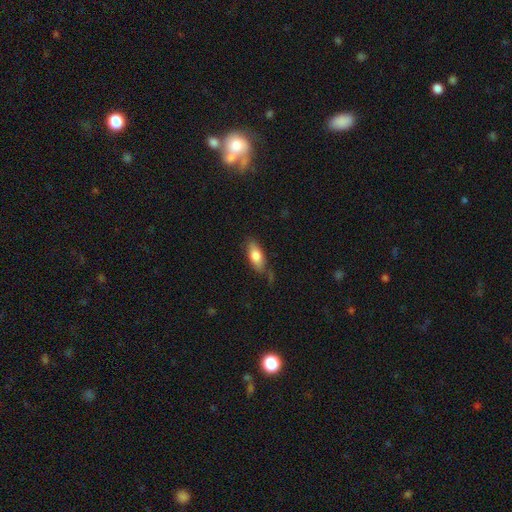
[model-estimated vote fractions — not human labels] Morphology: type=smooth (77%); roundness=in between (81%); merging=none (65%).